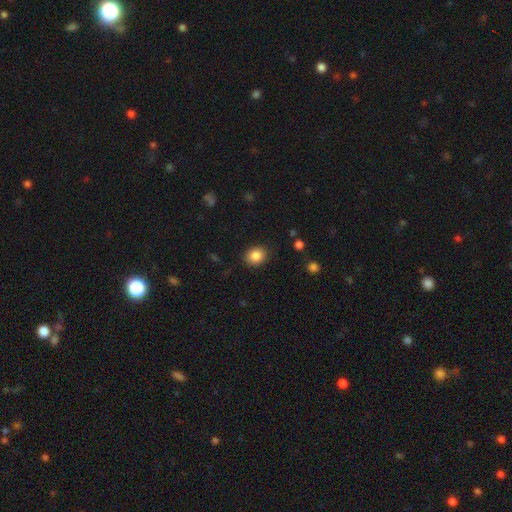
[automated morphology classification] smooth-or-featured: smooth: 86% | star or artifact: 9% | featured or disk: 5%
  how-rounded: round: 63% | in between: 36% | cigar-shaped: 1%
  merging: none: 88% | minor disturbance: 9% | major disturbance: 3% | merger: 1%